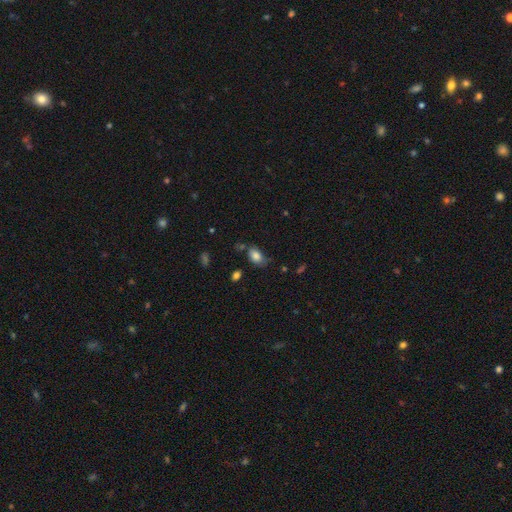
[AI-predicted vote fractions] Smooth or featured: smooth — 82% (star or artifact — 9%)
How rounded: in between — 87% (round — 11%)
Merging: none — 56% (minor disturbance — 29%)